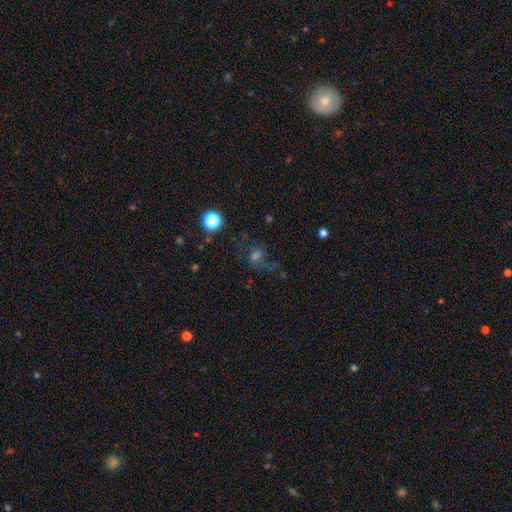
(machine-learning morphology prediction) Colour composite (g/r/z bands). It shows a star or artifact, not a galaxy (39%).